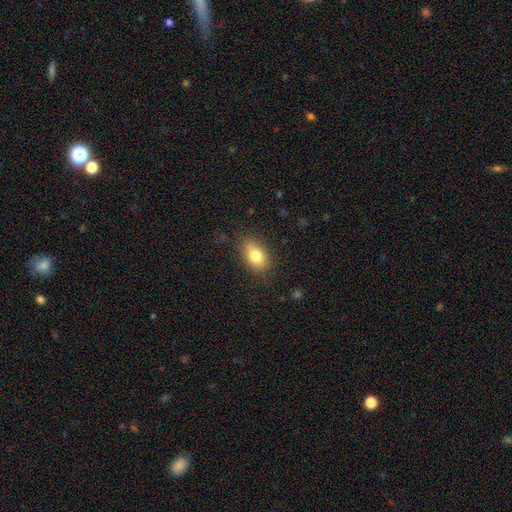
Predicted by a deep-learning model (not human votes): smooth_or_featured: smooth (p=0.79) [alt: featured or disk p=0.12]
how_rounded: in between (p=0.81) [alt: round p=0.17]
merging: none (p=0.78) [alt: minor disturbance p=0.16]